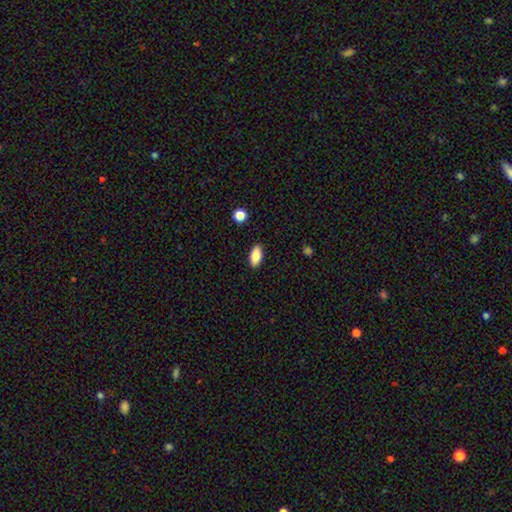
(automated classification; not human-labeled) This appears to be a smooth galaxy with no disk features (83%) that is in between round and cigar-shaped (89%). Merging: none (89%).